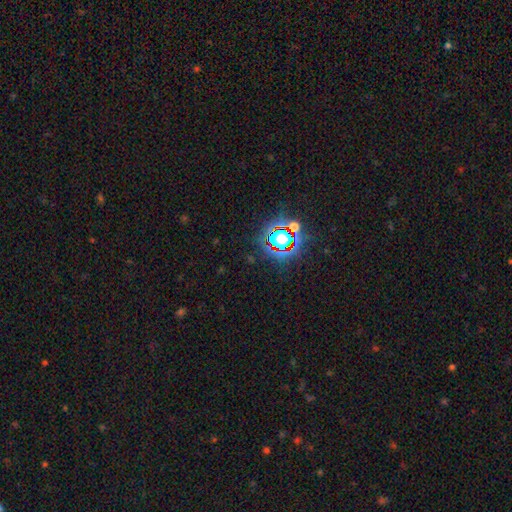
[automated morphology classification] Smooth or featured? Predicted: star or artifact (p=0.80).